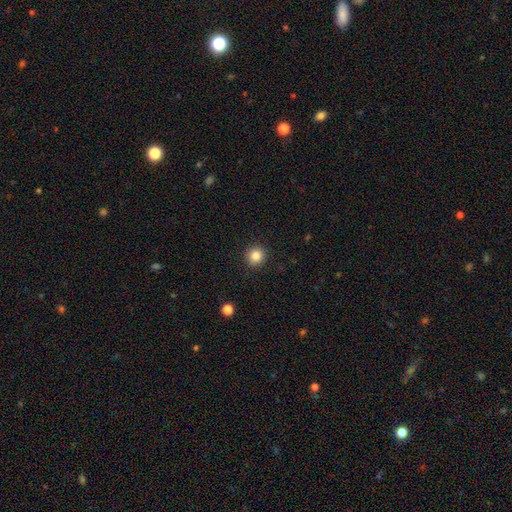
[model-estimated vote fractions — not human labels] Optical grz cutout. It shows a smooth galaxy with no disk features (85%) that is round (91%). Merging: none (91%).